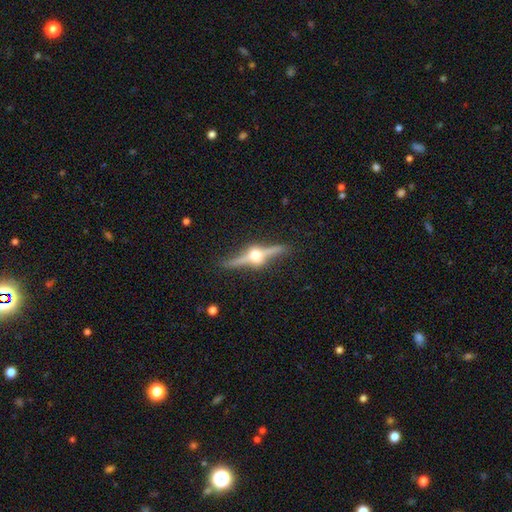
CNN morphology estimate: Q: Smooth or featured?
A: featured or disk (87%); runner-up: smooth (7%)
Q: Edge-on disk?
A: yes (97%); runner-up: no (3%)
Q: Edge-on bulge?
A: rounded (96%); runner-up: boxy (3%)
Q: Merging?
A: none (87%); runner-up: minor disturbance (9%)